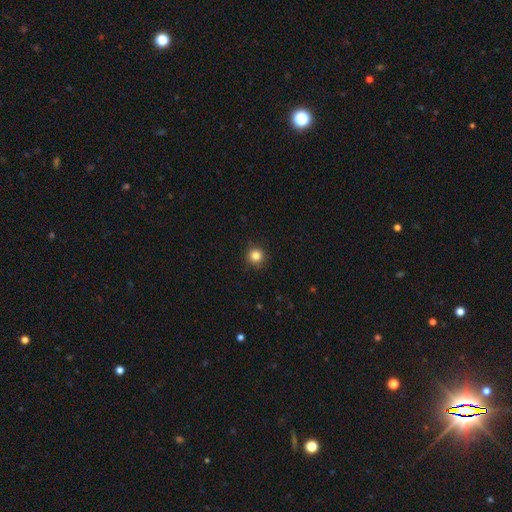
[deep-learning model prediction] Smooth or featured? smooth (83%)
How rounded? round (95%)
Merging? none (90%)